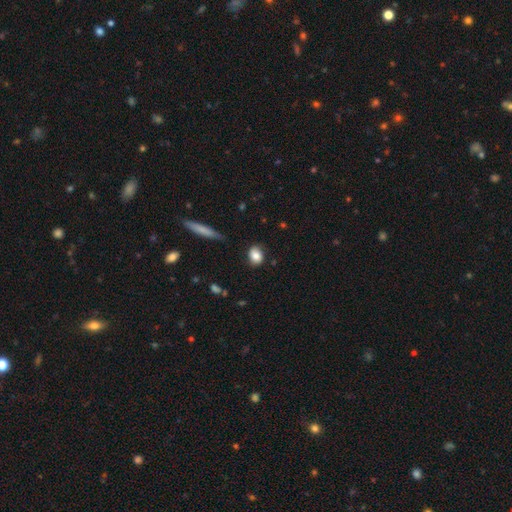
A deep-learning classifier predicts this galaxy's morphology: The model was most divided on "how rounded": in between: 56%, round: 42%, cigar-shaped: 2%. More confident: merging — none (82%); smooth or featured — smooth (81%).